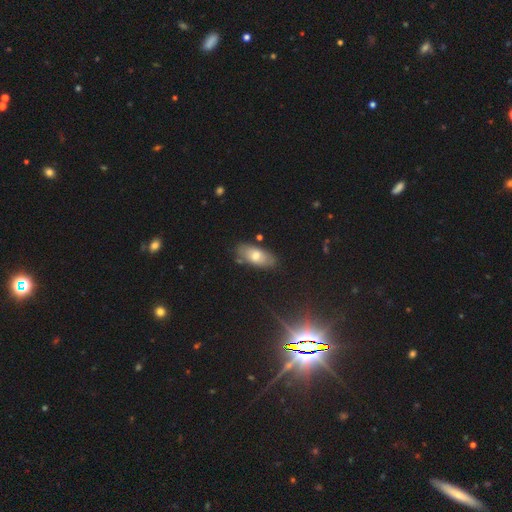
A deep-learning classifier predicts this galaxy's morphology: A smooth galaxy with no disk features (66%) that is in between round and cigar-shaped (88%). Merging: none (78%).